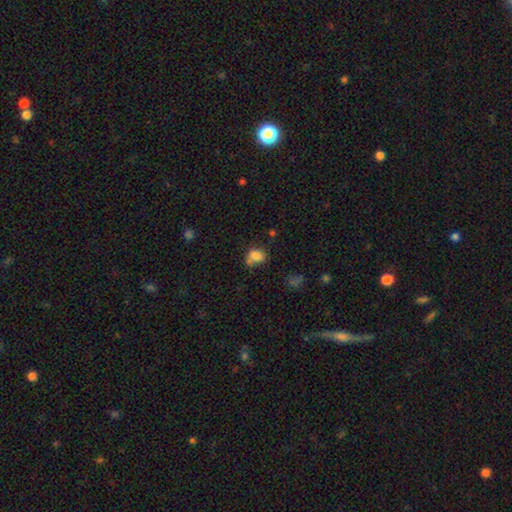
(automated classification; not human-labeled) Smooth or featured? Predicted: smooth (p=0.78). How rounded? Predicted: in between (p=0.61). Merging? Predicted: none (p=0.43).